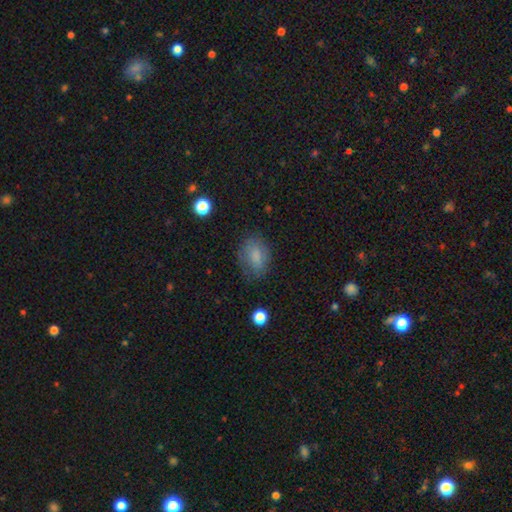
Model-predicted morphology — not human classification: smooth 79%, featured or disk 12%, star or artifact 9%. Down the decision tree: how rounded — in between (77%); merging — none (73%).